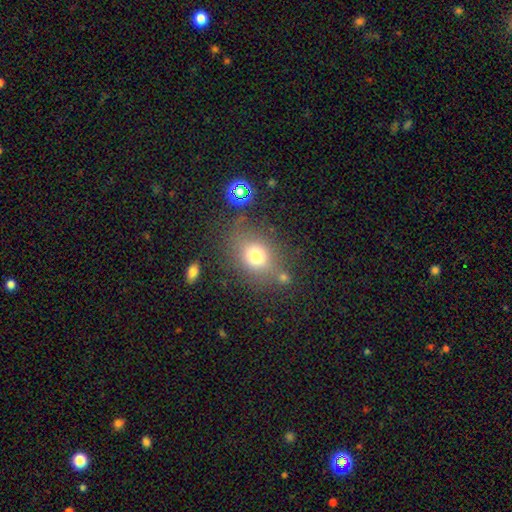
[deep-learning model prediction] Smooth or featured? Predicted: smooth (p=0.72). How rounded? Predicted: round (p=0.54). Merging? Predicted: none (p=0.67).